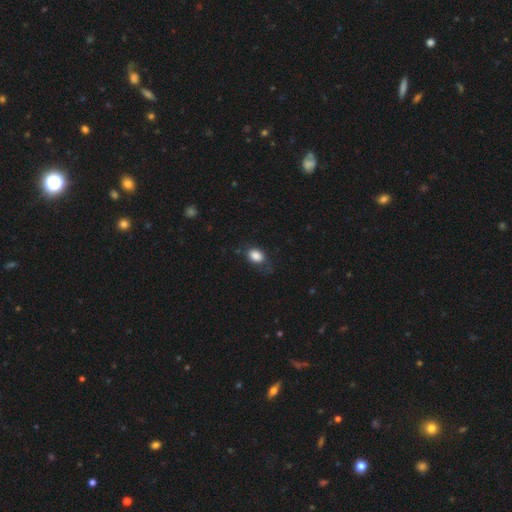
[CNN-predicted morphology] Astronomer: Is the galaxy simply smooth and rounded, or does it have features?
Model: smooth — 86%.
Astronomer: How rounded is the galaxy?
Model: in between — 72%.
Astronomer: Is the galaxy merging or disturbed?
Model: none — 66%.